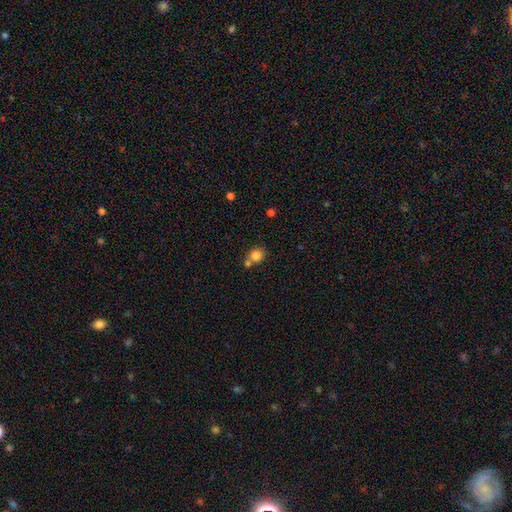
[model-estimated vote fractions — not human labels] Smooth or featured? Predicted: smooth (p=0.82). How rounded? Predicted: round (p=0.80). Merging? Predicted: none (p=0.56).